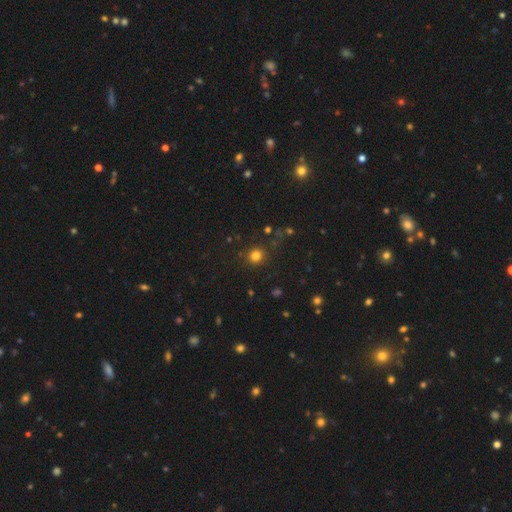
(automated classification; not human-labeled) Smooth or featured? smooth (79%)
How rounded? round (90%)
Merging? none (85%)